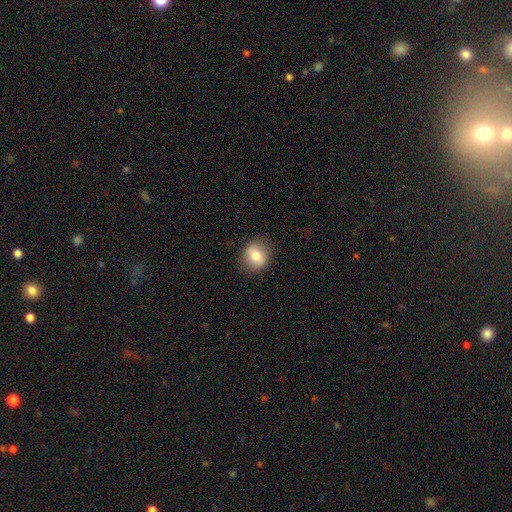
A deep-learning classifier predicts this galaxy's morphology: This is likely a smooth galaxy (73%). How rounded: likely round (63%). Merging: clearly none (84%).